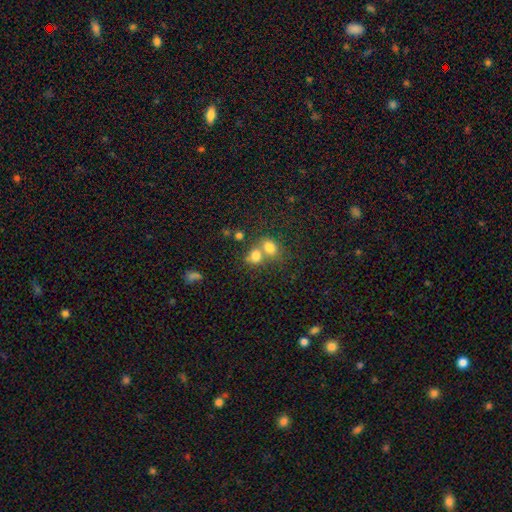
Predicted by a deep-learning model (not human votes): This is likely a smooth galaxy (77%). How rounded: possibly in between (56%). Merging: possibly merger (59%).